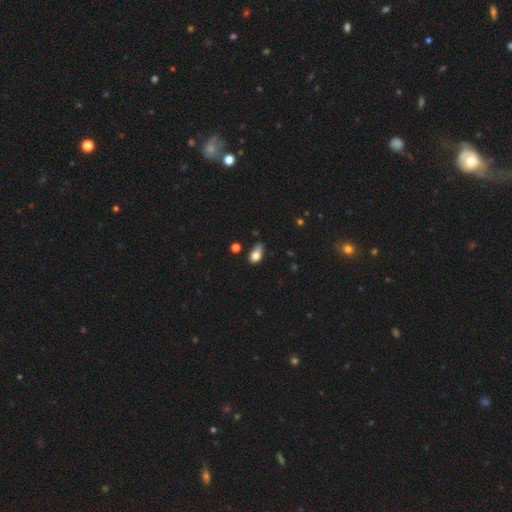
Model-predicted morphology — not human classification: Smooth or featured?
  - smooth: 77% *
  - featured or disk: 14%
  - star or artifact: 9%
How rounded?
  - in between: 82% *
  - round: 14%
  - cigar-shaped: 4%
Merging?
  - minor disturbance: 43% *
  - none: 36%
  - major disturbance: 15%
  - merger: 6%